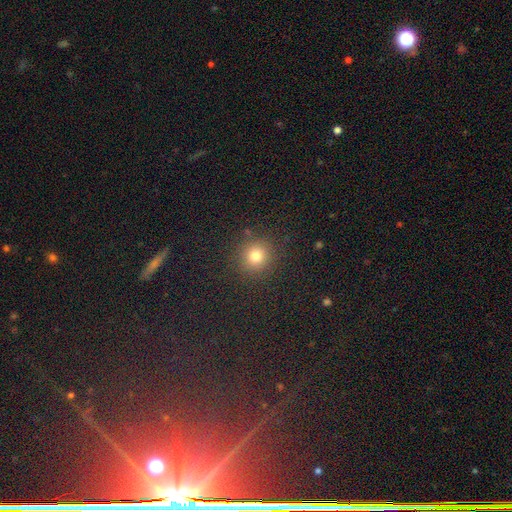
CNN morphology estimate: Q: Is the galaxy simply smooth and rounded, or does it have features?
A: smooth — 77%.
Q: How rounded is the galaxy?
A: round — 93%.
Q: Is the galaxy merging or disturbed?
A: none — 90%.